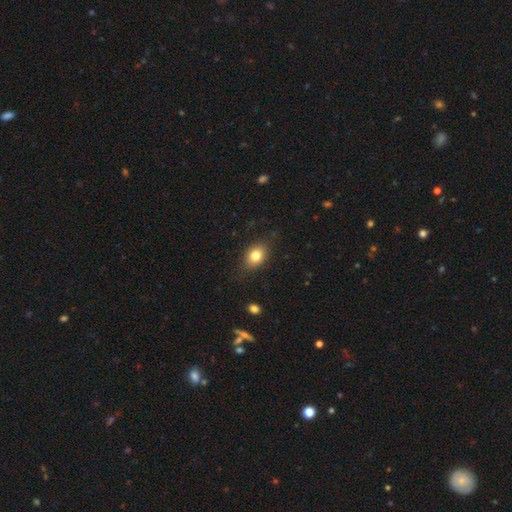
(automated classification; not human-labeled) Smooth or featured: smooth — 80% (featured or disk — 11%)
How rounded: in between — 66% (round — 33%)
Merging: none — 81% (minor disturbance — 15%)